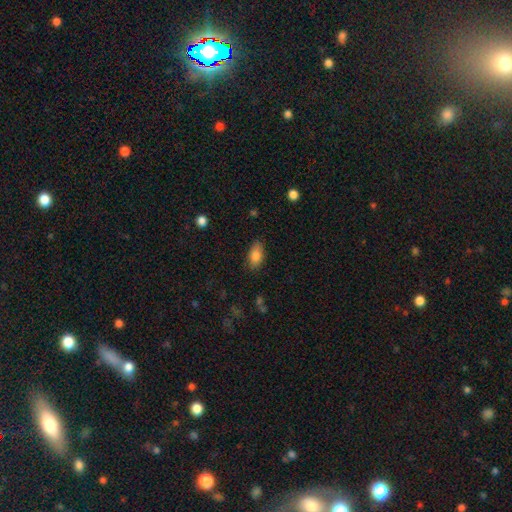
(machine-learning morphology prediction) This is clearly a smooth galaxy (82%). How rounded: clearly in between (90%). Merging: clearly none (84%).